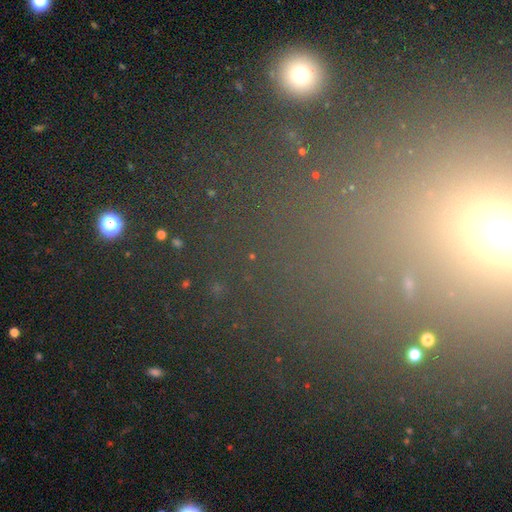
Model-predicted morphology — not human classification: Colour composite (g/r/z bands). It shows a star or artifact, not a galaxy (59%).